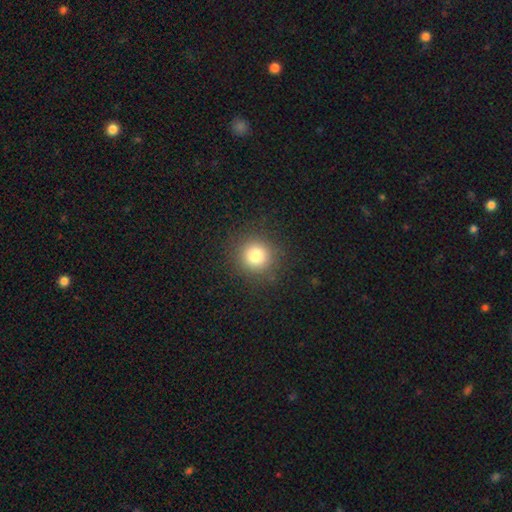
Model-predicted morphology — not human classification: smooth-or-featured: smooth: 80% | star or artifact: 13% | featured or disk: 7%
  how-rounded: round: 94% | in between: 5% | cigar-shaped: 1%
  merging: none: 90% | minor disturbance: 6% | major disturbance: 3% | merger: 1%